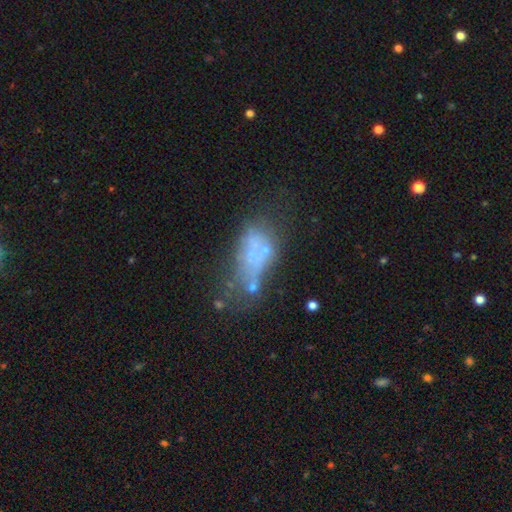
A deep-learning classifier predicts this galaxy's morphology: smooth_or_featured: featured or disk (p=0.47) [alt: smooth p=0.34]
merging: none (p=0.29) [tied with: major disturbance p=0.29]